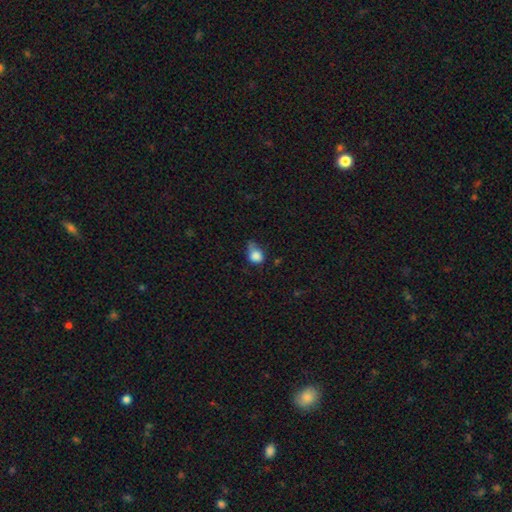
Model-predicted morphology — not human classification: type=smooth (82%); roundness=round (59%); merging=minor disturbance (41%).